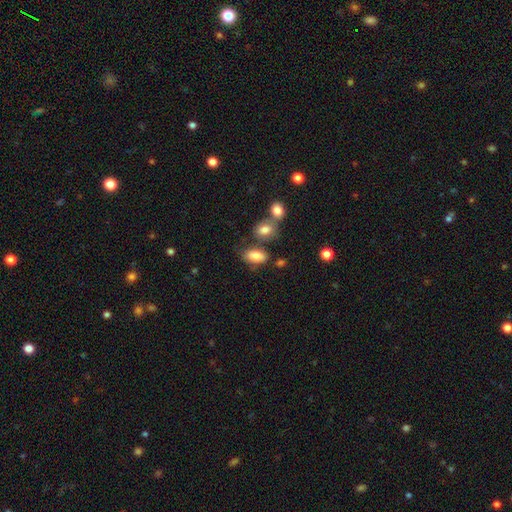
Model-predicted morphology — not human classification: A smooth galaxy with no disk features (83%) that is in between round and cigar-shaped (91%). Merging: none (63%).